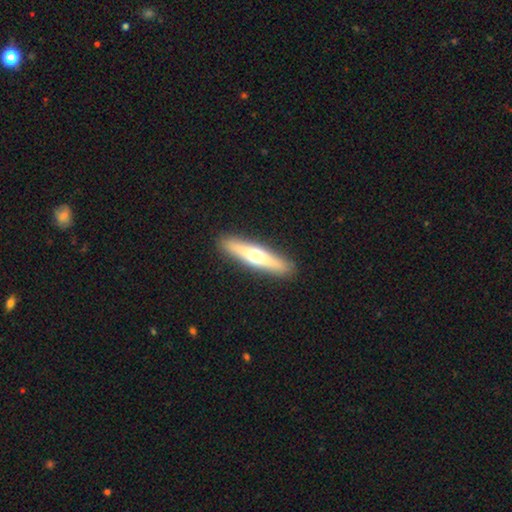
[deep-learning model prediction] A featured or disk galaxy (49%). Merging: none (91%).